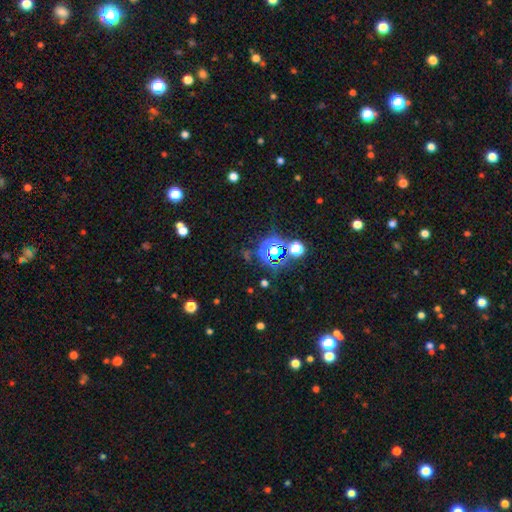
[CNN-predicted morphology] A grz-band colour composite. It shows a star or artifact, not a galaxy (77%).